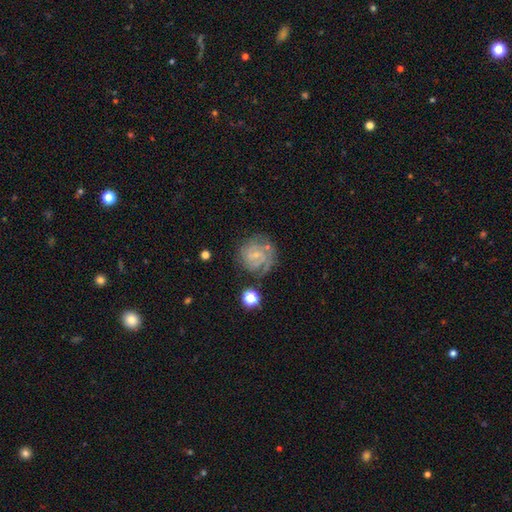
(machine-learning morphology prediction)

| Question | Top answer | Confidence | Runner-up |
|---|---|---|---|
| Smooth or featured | featured or disk | 78% | smooth (14%) |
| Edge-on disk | no | 98% | yes (2%) |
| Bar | no | 51% | weak (40%) |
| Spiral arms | yes | 94% | no (6%) |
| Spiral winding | tight | 64% | medium (30%) |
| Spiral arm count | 2 | 40% | can't tell (25%) |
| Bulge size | small | 72% | moderate (18%) |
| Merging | none | 67% | minor disturbance (19%) |